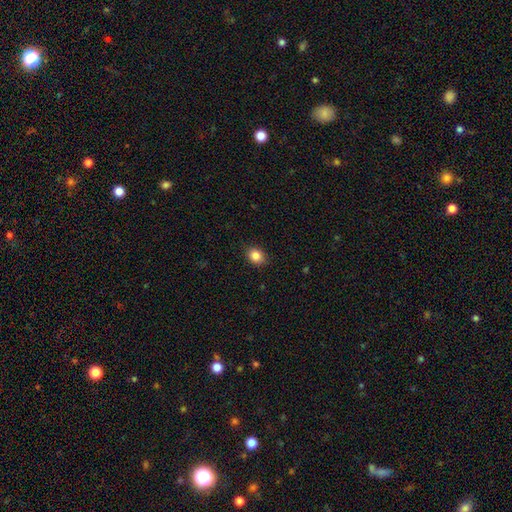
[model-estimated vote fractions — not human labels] Smooth or featured?
  - smooth: 85% *
  - star or artifact: 10%
  - featured or disk: 5%
How rounded?
  - in between: 56% *
  - round: 43%
  - cigar-shaped: 1%
Merging?
  - none: 88% *
  - minor disturbance: 9%
  - major disturbance: 2%
  - merger: 1%